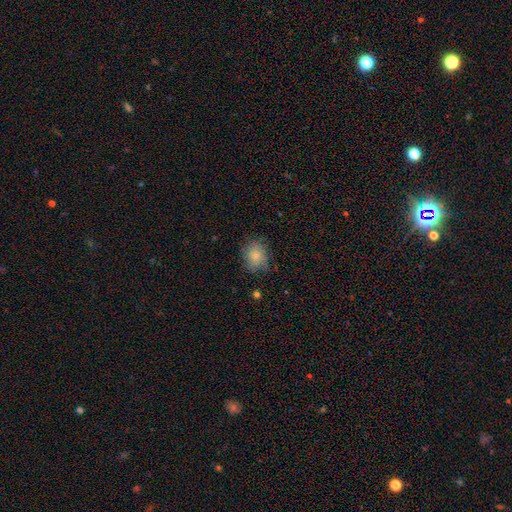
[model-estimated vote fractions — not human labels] This appears to be a smooth galaxy with no disk features (82%) that is round (56%). Merging: none (73%).